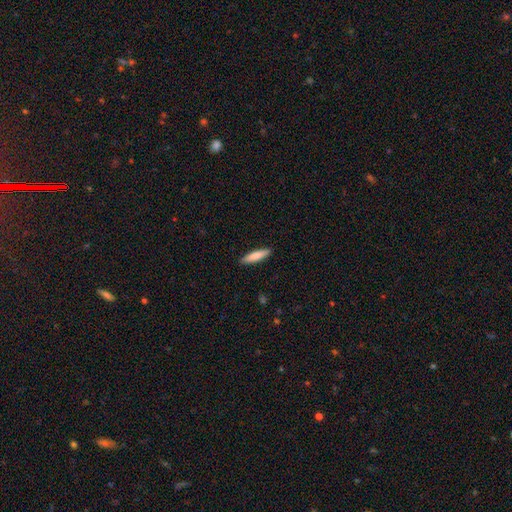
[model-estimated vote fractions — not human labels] This is clearly a smooth galaxy (81%). How rounded: clearly cigar-shaped (80%). Merging: clearly none (91%).